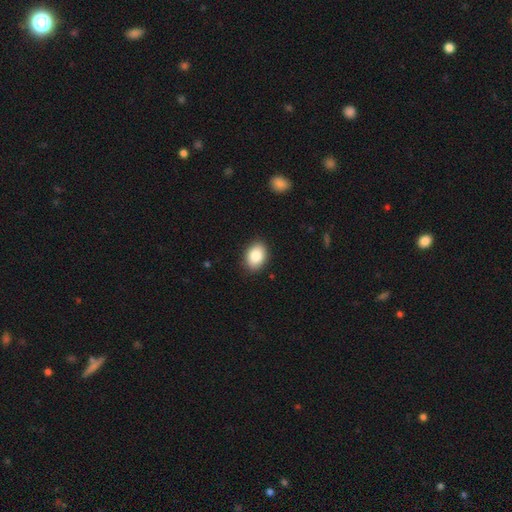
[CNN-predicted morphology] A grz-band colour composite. It shows a smooth galaxy with no disk features (86%) that is in between round and cigar-shaped (78%). Merging: none (88%).